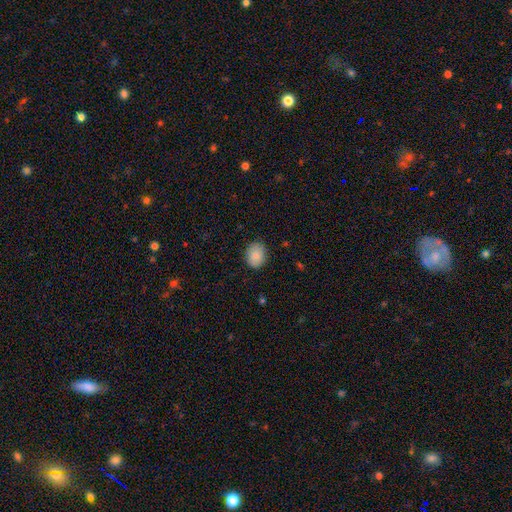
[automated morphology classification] Smooth or featured: smooth — 84% (featured or disk — 9%)
How rounded: in between — 52% (round — 47%)
Merging: none — 84% (minor disturbance — 13%)